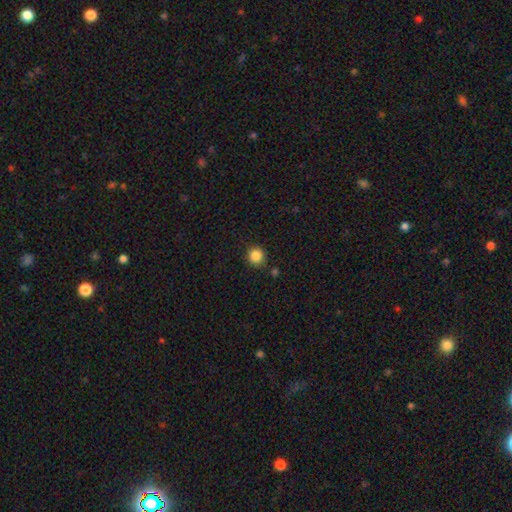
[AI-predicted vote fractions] smooth_or_featured: smooth (p=0.86) [alt: star or artifact p=0.10]
how_rounded: round (p=0.91) [alt: in between p=0.08]
merging: none (p=0.85) [alt: minor disturbance p=0.09]